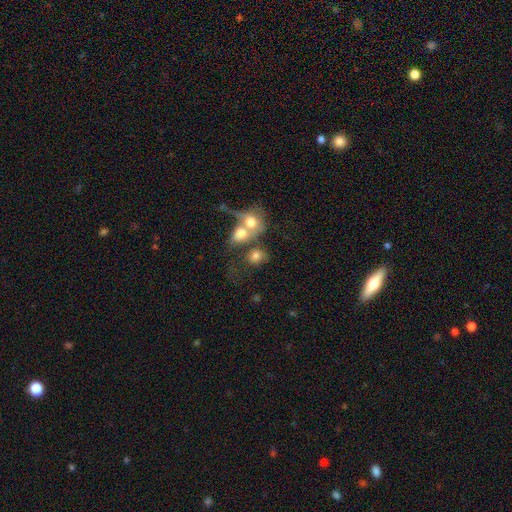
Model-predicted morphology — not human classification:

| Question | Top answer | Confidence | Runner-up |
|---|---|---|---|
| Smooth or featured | smooth | 72% | featured or disk (17%) |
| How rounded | round | 57% | in between (41%) |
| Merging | merger | 55% | none (26%) |